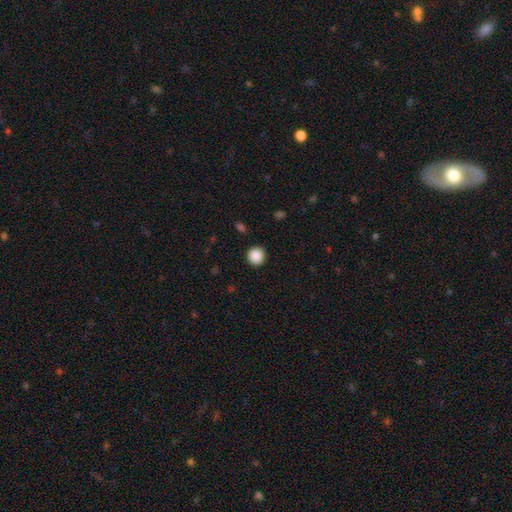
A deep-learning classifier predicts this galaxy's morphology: Smooth or featured?
  - smooth: 88% *
  - star or artifact: 9%
  - featured or disk: 3%
How rounded?
  - round: 93% *
  - in between: 6%
  - cigar-shaped: 1%
Merging?
  - none: 91% *
  - minor disturbance: 6%
  - major disturbance: 2%
  - merger: 1%